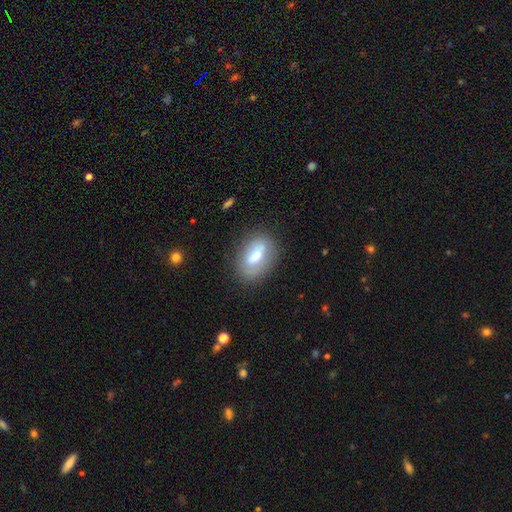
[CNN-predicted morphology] Smooth or featured: smooth — 54% (featured or disk — 38%)
How rounded: in between — 82% (round — 12%)
Merging: none — 72% (minor disturbance — 19%)